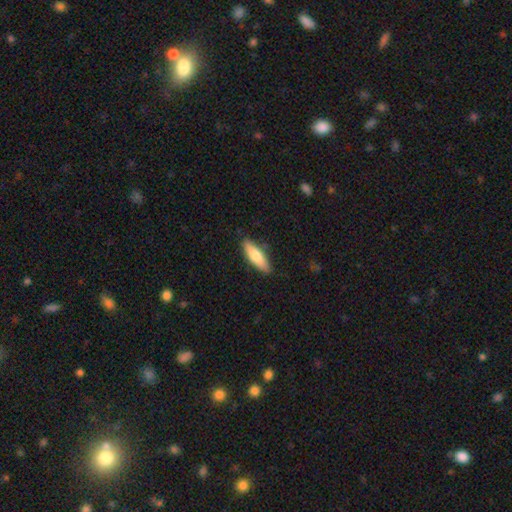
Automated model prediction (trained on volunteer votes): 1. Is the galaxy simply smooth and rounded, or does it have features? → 71% smooth, 23% featured or disk, 5% star or artifact.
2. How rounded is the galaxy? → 53% cigar-shaped, 45% in between, 2% round.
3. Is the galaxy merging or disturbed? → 86% none, 10% minor disturbance, 2% major disturbance, 1% merger.